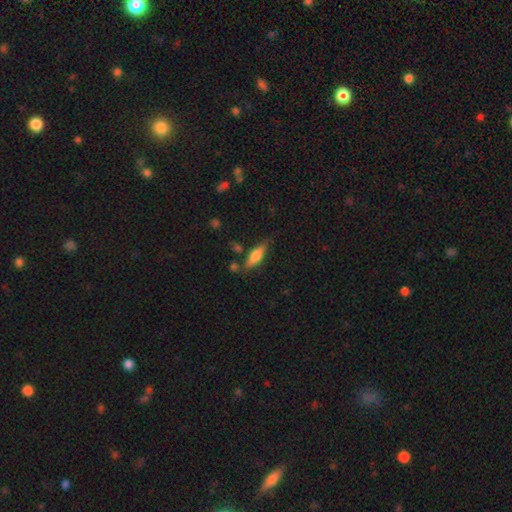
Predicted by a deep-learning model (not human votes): smooth-or-featured: smooth: 57% | featured or disk: 36% | star or artifact: 7%
  how-rounded: cigar-shaped: 50% | in between: 47% | round: 3%
  merging: none: 72% | minor disturbance: 18% | merger: 6% | major disturbance: 4%